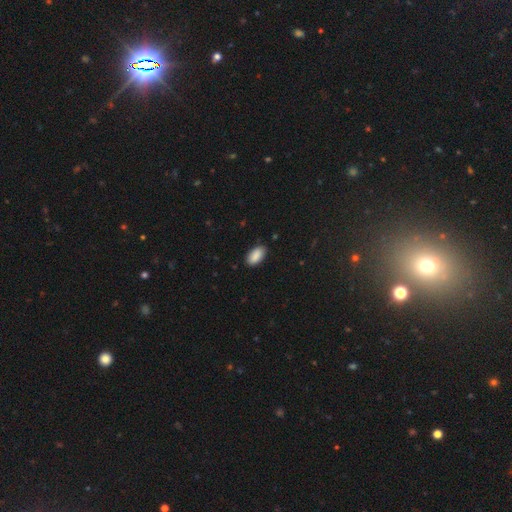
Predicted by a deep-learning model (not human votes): A smooth galaxy with no disk features (90%) that is in between round and cigar-shaped (94%). Merging: none (85%).